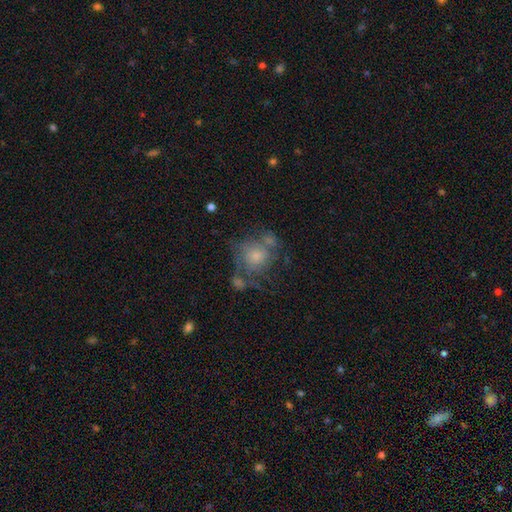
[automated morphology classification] smooth-or-featured: featured or disk: 47% | smooth: 40% | star or artifact: 13%
  merging: none: 42% | major disturbance: 20% | minor disturbance: 20% | merger: 18%